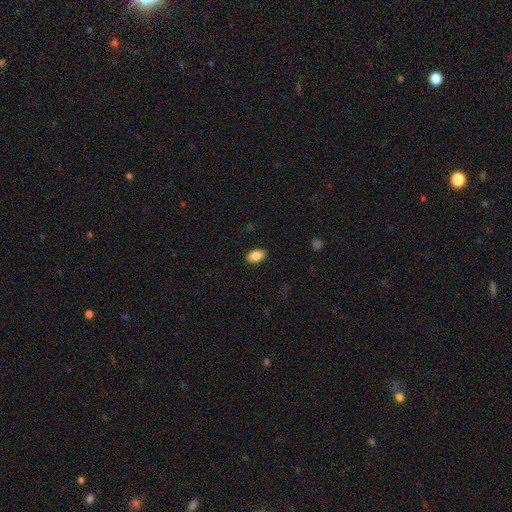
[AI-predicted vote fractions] smooth 84%, featured or disk 8%, star or artifact 7%. Down the decision tree: how rounded — in between (91%); merging — none (88%).